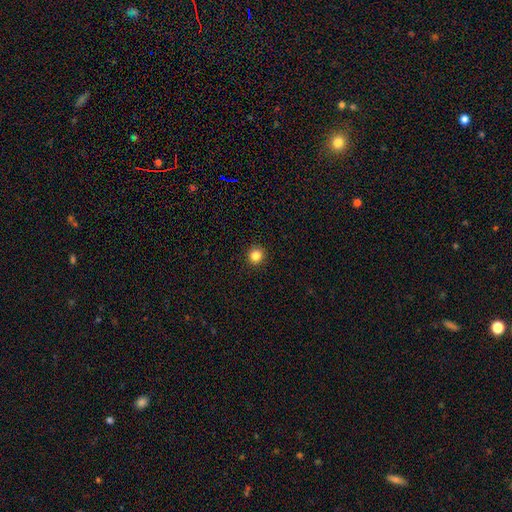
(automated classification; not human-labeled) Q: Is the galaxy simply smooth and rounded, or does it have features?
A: smooth — 84%.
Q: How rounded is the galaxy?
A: round — 93%.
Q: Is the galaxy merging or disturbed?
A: none — 93%.